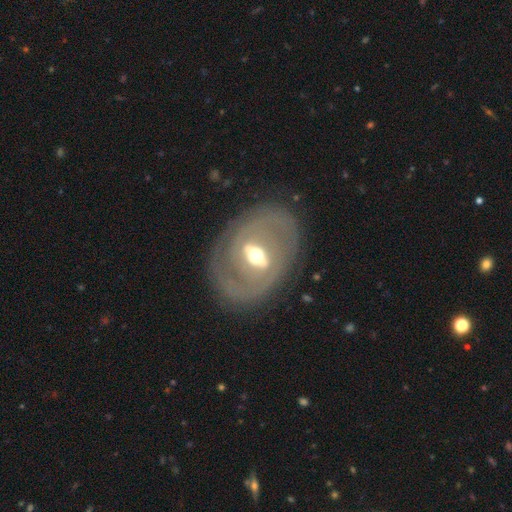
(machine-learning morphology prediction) The model was most divided on "bar": weak: 45%, no: 31%, strong: 24%. More confident: edge-on disk — no (94%); merging — none (83%); smooth or featured — featured or disk (70%); bulge size — moderate (69%); spiral arms — yes (64%).